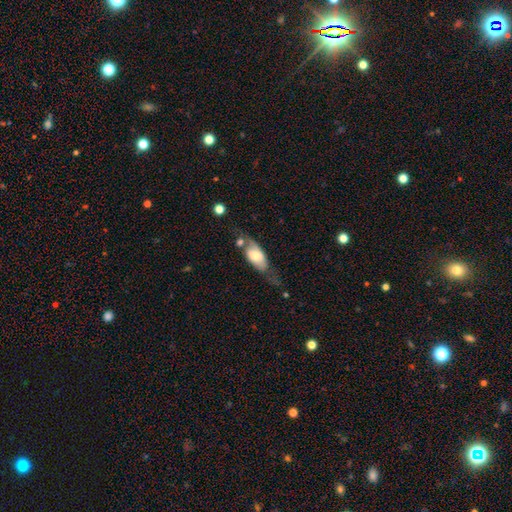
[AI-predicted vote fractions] A smooth galaxy with no disk features (49%).

Vote fractions:
- Smooth or featured? smooth: 49% / featured or disk: 45% / star or artifact: 6%
- Merging? none: 40% / minor disturbance: 25% / major disturbance: 21% / merger: 14%